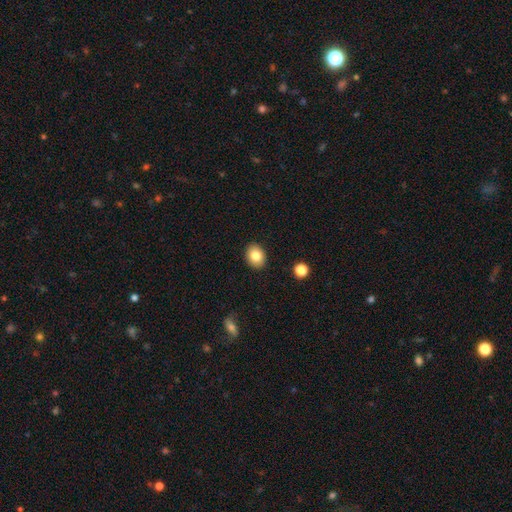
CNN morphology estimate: A smooth galaxy with no disk features (82%) that is in between round and cigar-shaped (56%).

Vote fractions:
- Smooth or featured? smooth: 82% / star or artifact: 9% / featured or disk: 9%
- How rounded? in between: 56% / round: 43% / cigar-shaped: 1%
- Merging? none: 90% / minor disturbance: 7% / major disturbance: 2% / merger: 1%